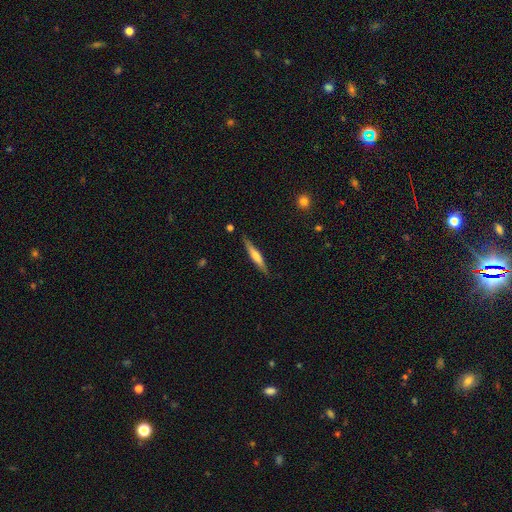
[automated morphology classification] The model was most divided on "smooth or featured": featured or disk: 49%, smooth: 45%, star or artifact: 6%. More confident: merging — none (85%).